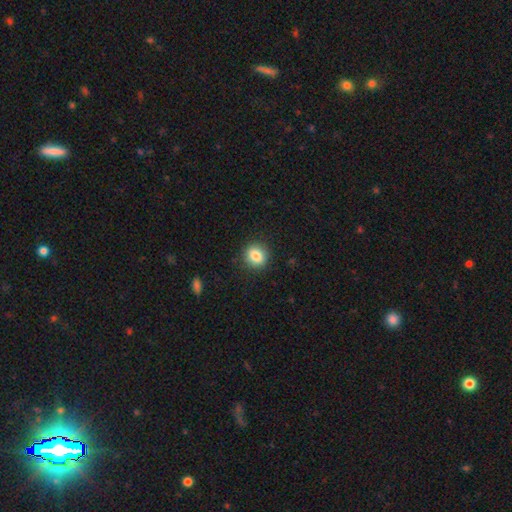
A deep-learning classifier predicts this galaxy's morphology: Smooth or featured? Predicted: smooth (p=0.83). How rounded? Predicted: round (p=0.78). Merging? Predicted: none (p=0.90).